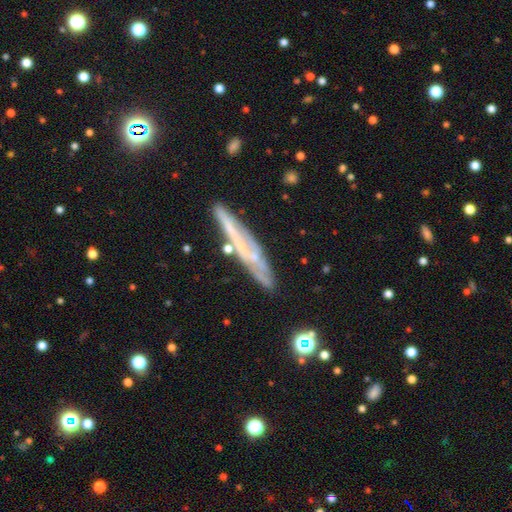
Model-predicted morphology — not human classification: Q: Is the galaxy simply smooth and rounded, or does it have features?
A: featured or disk — 62%.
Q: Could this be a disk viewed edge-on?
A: yes — 64%.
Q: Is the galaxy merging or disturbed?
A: none — 68%.